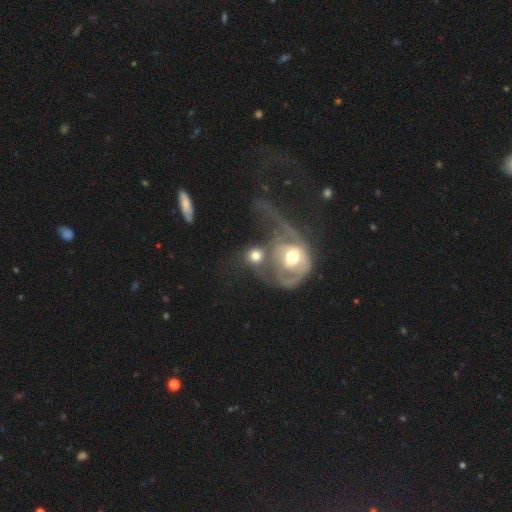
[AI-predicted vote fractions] Smooth or featured: smooth — 55% (featured or disk — 36%)
How rounded: round — 79% (in between — 20%)
Merging: merger — 55% (none — 20%)